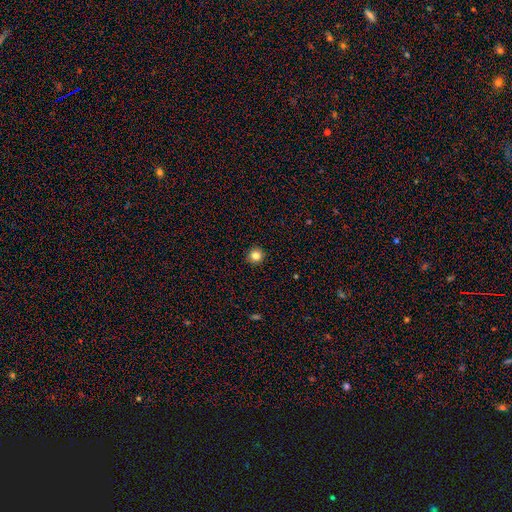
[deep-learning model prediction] This is clearly a smooth galaxy (83%). How rounded: clearly round (94%). Merging: clearly none (93%).